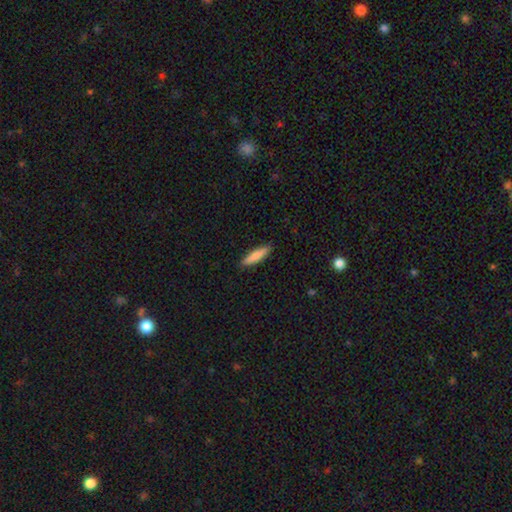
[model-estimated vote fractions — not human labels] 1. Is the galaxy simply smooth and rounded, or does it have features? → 82% smooth, 12% featured or disk, 5% star or artifact.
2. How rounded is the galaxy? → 78% cigar-shaped, 20% in between, 1% round.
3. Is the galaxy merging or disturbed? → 89% none, 8% minor disturbance, 2% major disturbance, 1% merger.